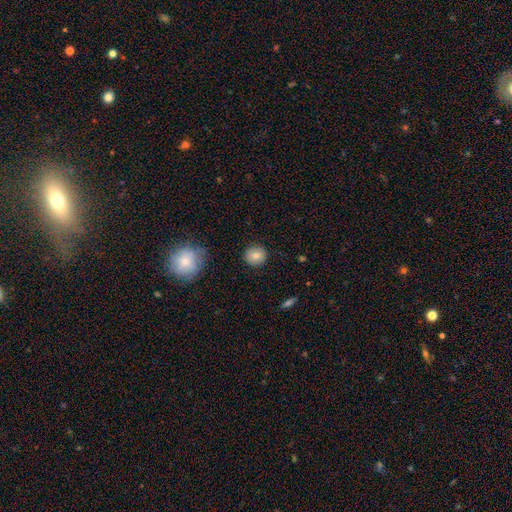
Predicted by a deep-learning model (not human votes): smooth 80%, featured or disk 11%, star or artifact 9%. Down the decision tree: how rounded — round (90%); merging — none (88%).